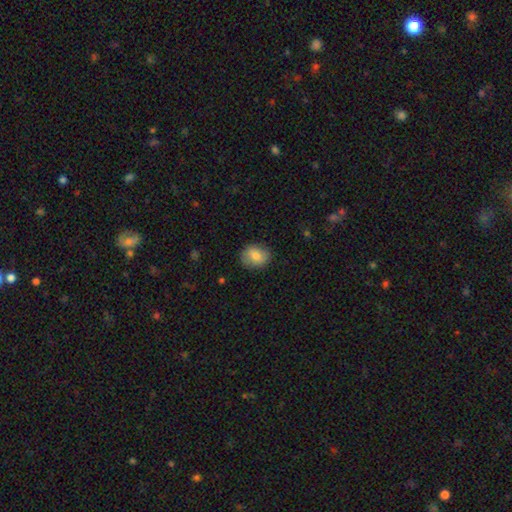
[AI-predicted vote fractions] smooth 75%, featured or disk 17%, star or artifact 8%. Down the decision tree: how rounded — round (59%); merging — none (84%).